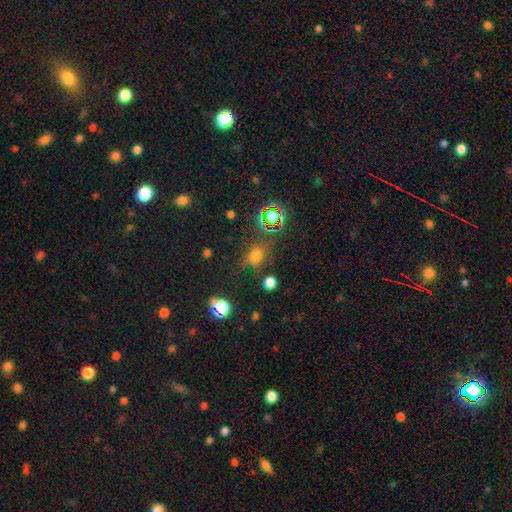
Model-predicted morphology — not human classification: smooth-or-featured: smooth: 58% | star or artifact: 34% | featured or disk: 9%
  how-rounded: round: 64% | in between: 33% | cigar-shaped: 3%
  merging: none: 73% | minor disturbance: 15% | major disturbance: 7% | merger: 5%